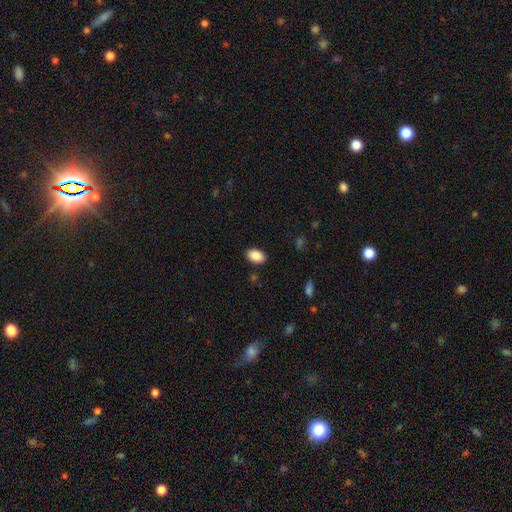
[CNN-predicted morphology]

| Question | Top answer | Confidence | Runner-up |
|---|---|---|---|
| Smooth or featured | smooth | 89% | star or artifact (7%) |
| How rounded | in between | 89% | round (10%) |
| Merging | none | 88% | minor disturbance (9%) |